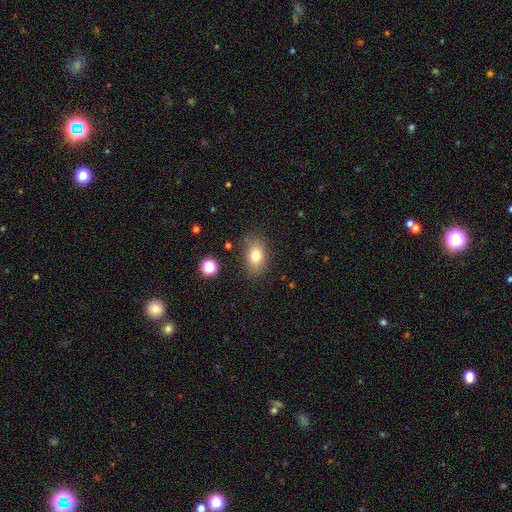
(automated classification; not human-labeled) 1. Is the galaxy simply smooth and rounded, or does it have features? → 79% smooth, 11% featured or disk, 10% star or artifact.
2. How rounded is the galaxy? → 81% in between, 18% round, 2% cigar-shaped.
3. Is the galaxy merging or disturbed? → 79% none, 15% minor disturbance, 4% major disturbance, 2% merger.